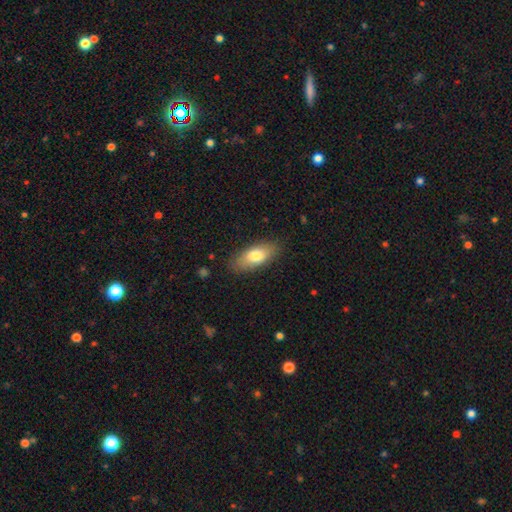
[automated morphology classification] Smooth or featured?
  - smooth: 76% *
  - featured or disk: 18%
  - star or artifact: 6%
How rounded?
  - in between: 82% *
  - cigar-shaped: 15%
  - round: 3%
Merging?
  - none: 85% *
  - minor disturbance: 11%
  - major disturbance: 3%
  - merger: 1%